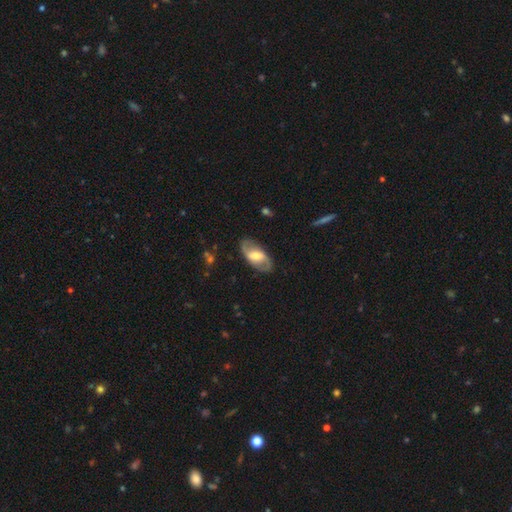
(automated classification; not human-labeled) smooth-or-featured: featured or disk: 65% | smooth: 29% | star or artifact: 5%
  disk-edge-on: no: 92% | yes: 8%
    bar: weak: 47% | strong: 29% | no: 25%
    has-spiral-arms: yes: 78% | no: 22%
    bulge-size: moderate: 58% | small: 19% | large: 19% | none: 3% | dominant: 2%
  merging: none: 82% | minor disturbance: 13% | major disturbance: 4% | merger: 1%